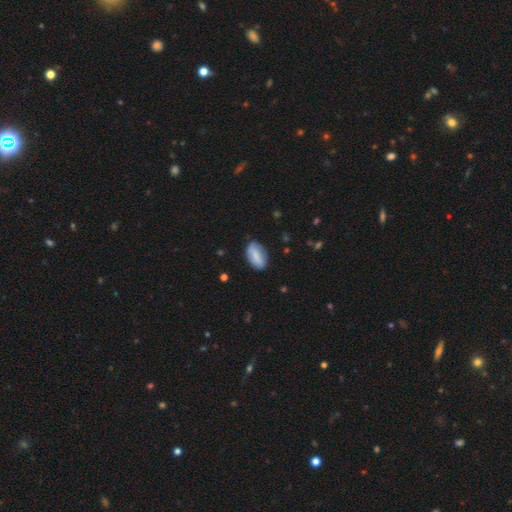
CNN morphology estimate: Smooth or featured?
  - smooth: 77% *
  - featured or disk: 16%
  - star or artifact: 7%
How rounded?
  - in between: 92% *
  - round: 4%
  - cigar-shaped: 3%
Merging?
  - none: 75% *
  - minor disturbance: 19%
  - major disturbance: 4%
  - merger: 1%